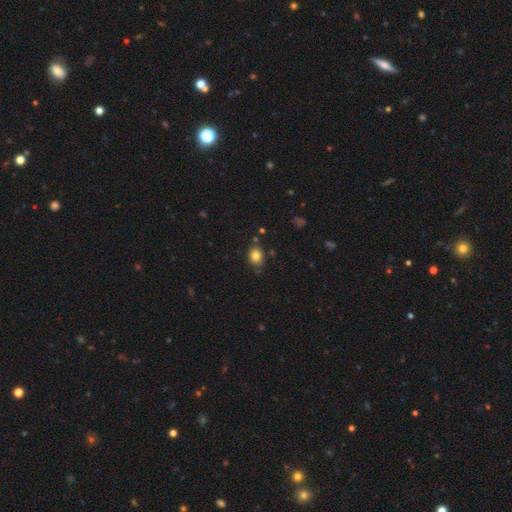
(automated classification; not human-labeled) smooth 82%, star or artifact 11%, featured or disk 7%. Down the decision tree: how rounded — round (55%); merging — none (81%).